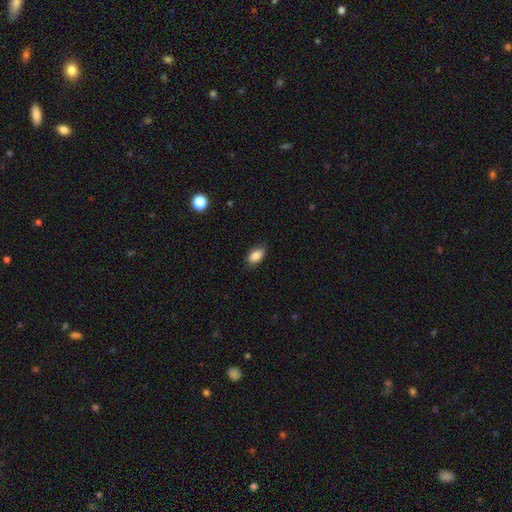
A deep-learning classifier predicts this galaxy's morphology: A smooth galaxy with no disk features (86%) that is in between round and cigar-shaped (90%). Merging: none (81%).